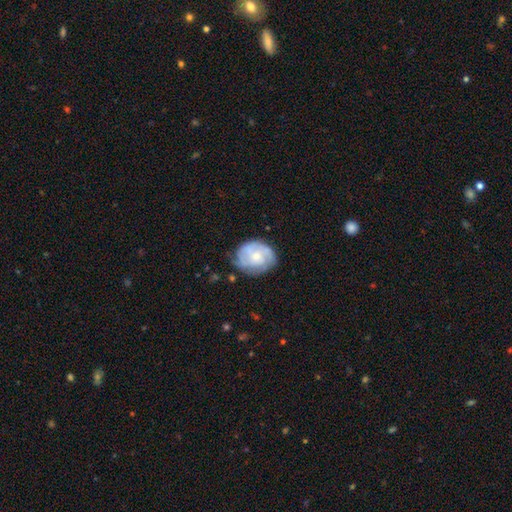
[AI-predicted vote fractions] Smooth or featured? featured or disk (67%)
Edge-on disk? no (98%)
Bar? no (77%)
Spiral arms? yes (84%)
Spiral winding? tight (57%)
Spiral arm count? can't tell (38%)
Bulge size? small (52%)
Merging? none (62%)